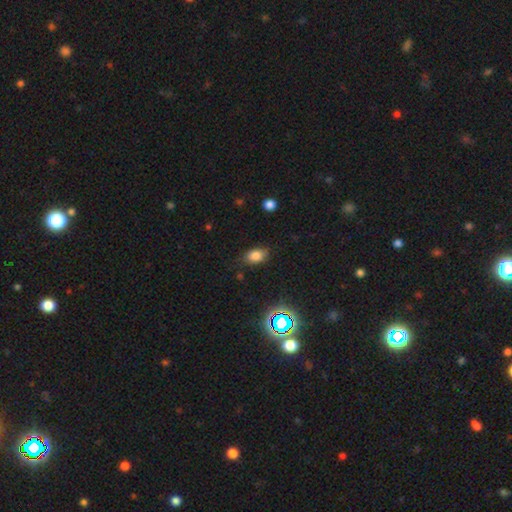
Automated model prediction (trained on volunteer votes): This is likely a smooth galaxy (78%). How rounded: clearly in between (84%). Merging: likely none (78%).